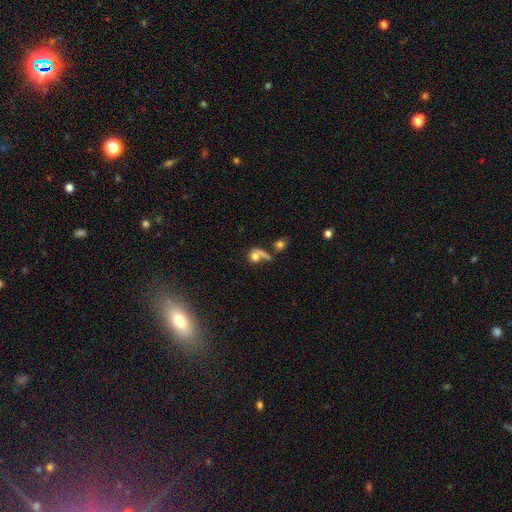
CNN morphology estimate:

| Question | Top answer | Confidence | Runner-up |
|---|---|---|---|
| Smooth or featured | smooth | 61% | featured or disk (26%) |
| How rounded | round | 63% | in between (32%) |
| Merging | merger | 34% | none (29%) |